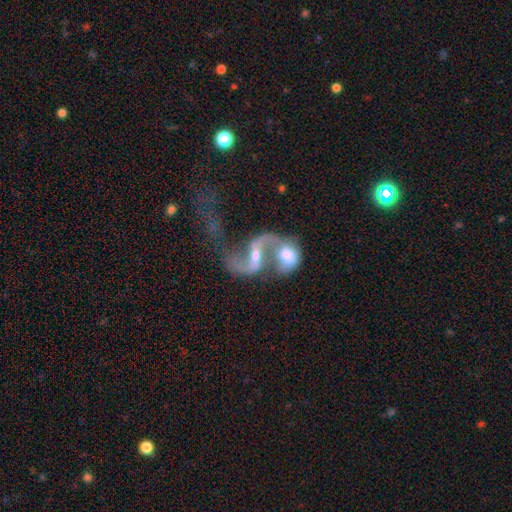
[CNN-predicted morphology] Smooth or featured? Predicted: featured or disk (p=0.80). Edge-on disk? Predicted: no (p=0.96). Bar? Predicted: weak (p=0.38). Spiral arms? Predicted: yes (p=0.88). Spiral winding? Predicted: loose (p=0.77). Spiral arm count? Predicted: 2 (p=0.82). Bulge size? Predicted: moderate (p=0.46). Merging? Predicted: merger (p=0.69).